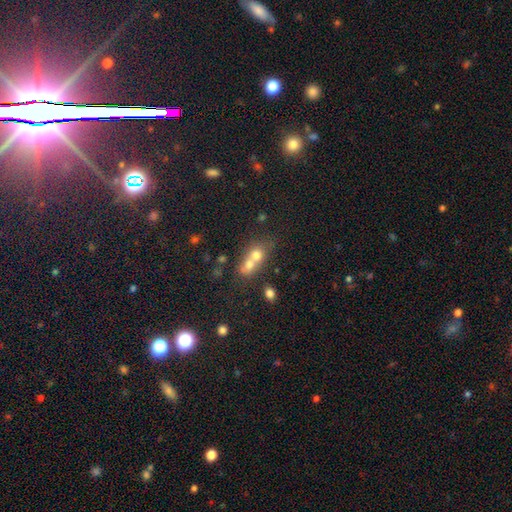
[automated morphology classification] Overall: smooth (68%). How rounded: round (62%; in between 36%). Merging: merger (71%).